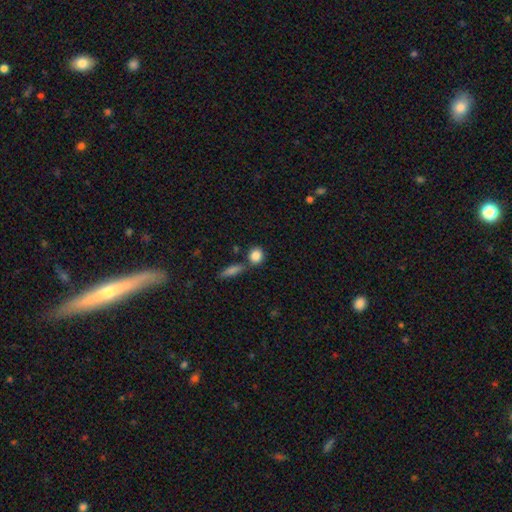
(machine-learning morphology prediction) Overall: smooth (86%). How rounded: round (75%). Merging: none (70%).